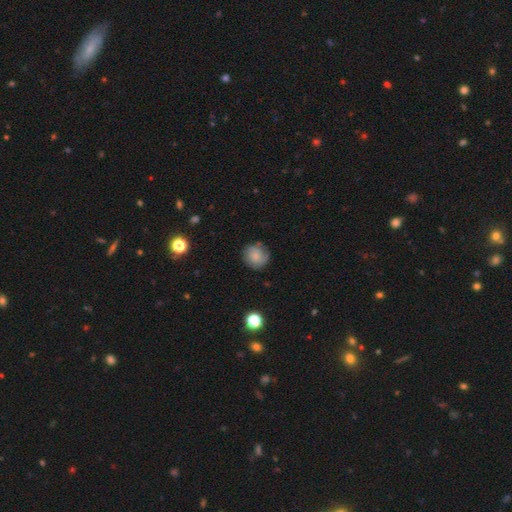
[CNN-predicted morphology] A smooth galaxy with no disk features (74%) that is round (88%).

Vote fractions:
- Smooth or featured? smooth: 74% / featured or disk: 17% / star or artifact: 9%
- How rounded? round: 88% / in between: 11% / cigar-shaped: 1%
- Merging? none: 77% / minor disturbance: 17% / major disturbance: 5% / merger: 1%